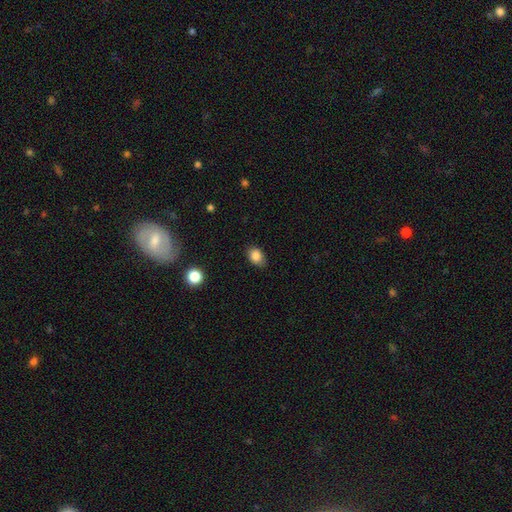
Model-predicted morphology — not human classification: This is clearly a smooth galaxy (85%). How rounded: likely in between (75%). Merging: likely none (79%).